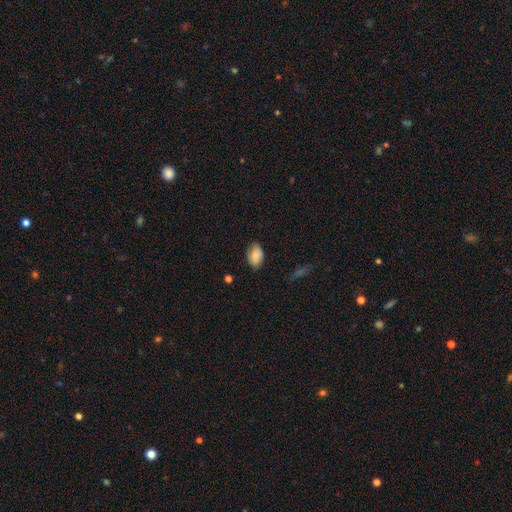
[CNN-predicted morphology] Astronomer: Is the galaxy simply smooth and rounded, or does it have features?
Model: smooth — 81%.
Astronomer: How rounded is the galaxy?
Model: in between — 89%.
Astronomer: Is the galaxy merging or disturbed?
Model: none — 79%.